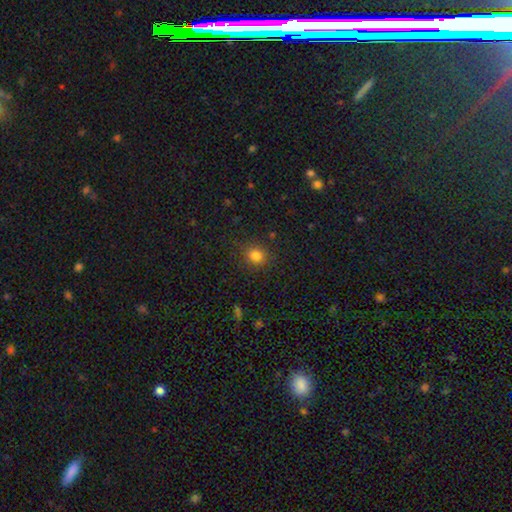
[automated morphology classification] A smooth galaxy with no disk features (82%) that is round (78%).

Vote fractions:
- Smooth or featured? smooth: 82% / star or artifact: 13% / featured or disk: 5%
- How rounded? round: 78% / in between: 21% / cigar-shaped: 1%
- Merging? none: 85% / minor disturbance: 10% / major disturbance: 3% / merger: 1%